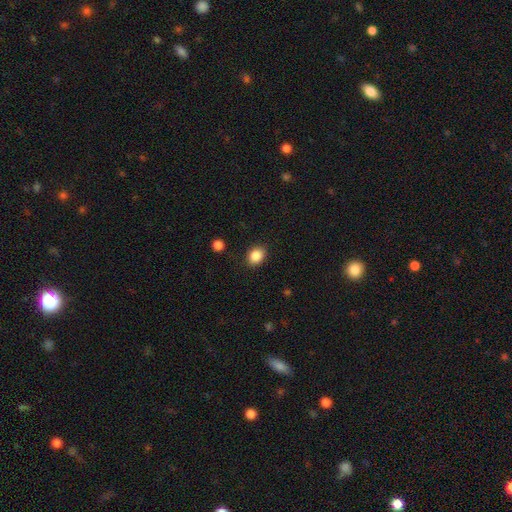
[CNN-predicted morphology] smooth-or-featured: smooth: 86% | star or artifact: 9% | featured or disk: 4%
  how-rounded: in between: 60% | round: 39% | cigar-shaped: 1%
  merging: none: 87% | minor disturbance: 9% | major disturbance: 2% | merger: 1%